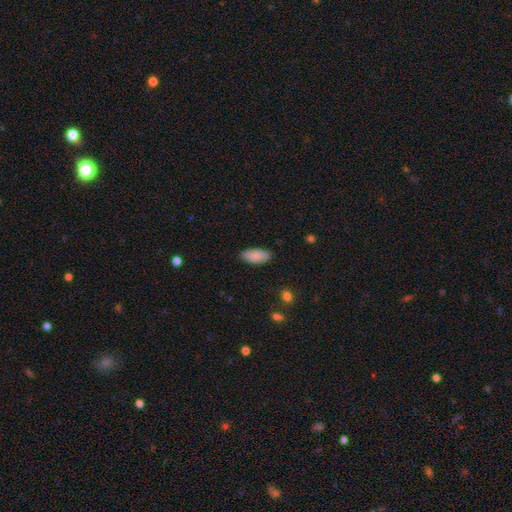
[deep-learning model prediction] smooth-or-featured: smooth: 85% | featured or disk: 8% | star or artifact: 7%
  how-rounded: in between: 92% | cigar-shaped: 6% | round: 2%
  merging: none: 82% | minor disturbance: 14% | major disturbance: 2% | merger: 1%